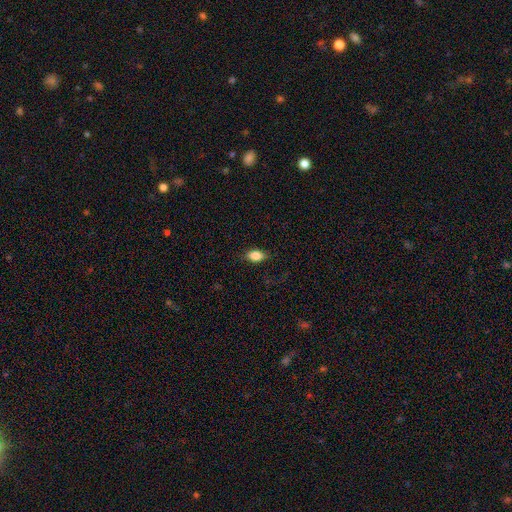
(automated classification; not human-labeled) Overall: smooth (84%). How rounded: in between (83%). Merging: none (82%).